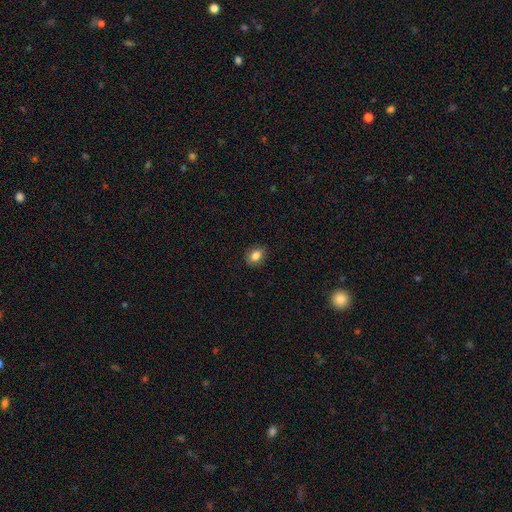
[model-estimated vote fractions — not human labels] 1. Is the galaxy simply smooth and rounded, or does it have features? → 85% smooth, 9% star or artifact, 5% featured or disk.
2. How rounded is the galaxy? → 65% in between, 34% round, 1% cigar-shaped.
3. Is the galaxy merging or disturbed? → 88% none, 9% minor disturbance, 2% major disturbance, 1% merger.